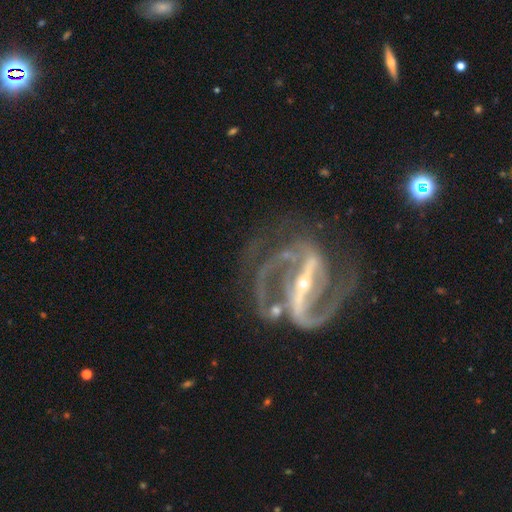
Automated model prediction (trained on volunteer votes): A featured or disk galaxy (93%) with a strong bar (87%), 2 (86%) medium (55%) spiral arms (98%) and a small central bulge (77%).

Vote fractions:
- Smooth or featured? featured or disk: 93% / star or artifact: 5% / smooth: 2%
- Edge-on disk? no: 96% / yes: 4%
- Bar? strong: 87% / weak: 9% / no: 4%
- Spiral arms? yes: 98% / no: 2%
- Spiral winding? medium: 55% / tight: 29% / loose: 16%
- Spiral arm count? 2: 86% / 3: 5% / can't tell: 3% / 1: 2% / 4: 2% / more than 4: 2%
- Bulge size? small: 77% / moderate: 19% / large: 1% / none: 1% / dominant: 1%
- Merging? none: 66% / minor disturbance: 15% / major disturbance: 15% / merger: 4%